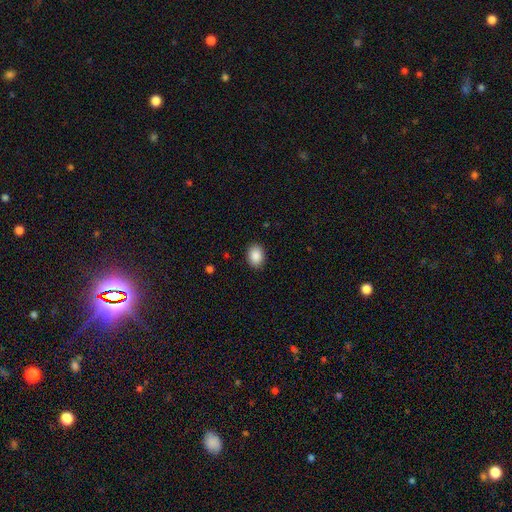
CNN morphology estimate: The model was most divided on "how rounded": in between: 71%, round: 28%, cigar-shaped: 1%. More confident: merging — none (90%); smooth or featured — smooth (89%).